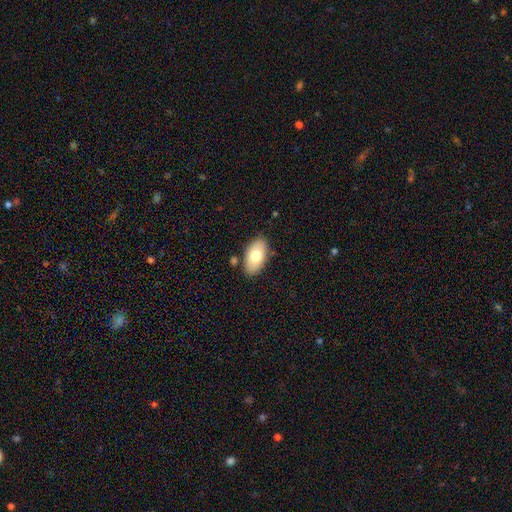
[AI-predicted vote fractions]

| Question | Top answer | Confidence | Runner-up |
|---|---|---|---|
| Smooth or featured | smooth | 73% | featured or disk (20%) |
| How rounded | in between | 94% | round (4%) |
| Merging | none | 83% | minor disturbance (11%) |